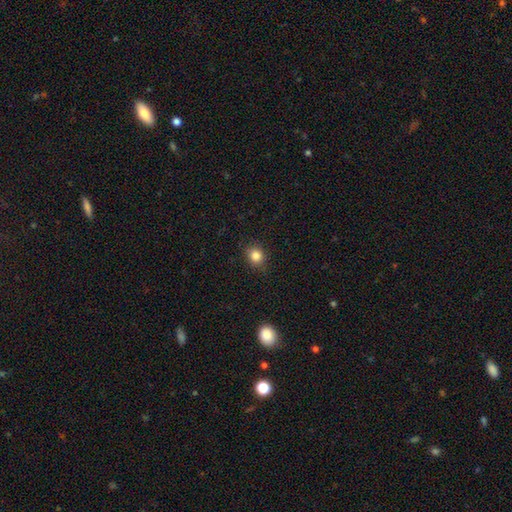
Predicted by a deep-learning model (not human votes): A smooth galaxy with no disk features (83%) that is round (76%).

Vote fractions:
- Smooth or featured? smooth: 83% / star or artifact: 12% / featured or disk: 5%
- How rounded? round: 76% / in between: 23% / cigar-shaped: 1%
- Merging? none: 87% / minor disturbance: 10% / major disturbance: 2% / merger: 1%